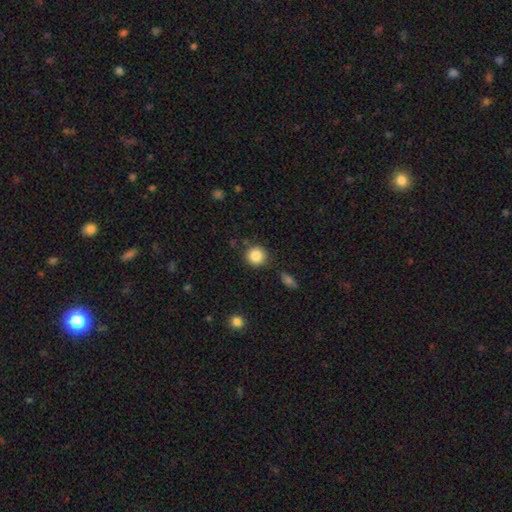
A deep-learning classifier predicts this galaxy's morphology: A smooth galaxy with no disk features (86%) that is round (91%).

Vote fractions:
- Smooth or featured? smooth: 86% / star or artifact: 9% / featured or disk: 5%
- How rounded? round: 91% / in between: 8% / cigar-shaped: 1%
- Merging? none: 83% / minor disturbance: 10% / merger: 4% / major disturbance: 3%